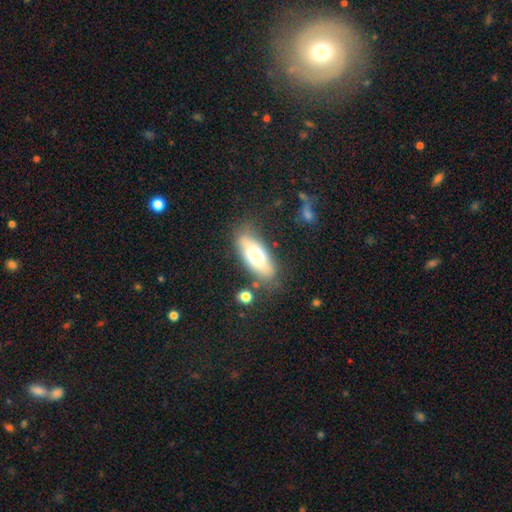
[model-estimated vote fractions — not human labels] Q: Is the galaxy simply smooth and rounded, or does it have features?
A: smooth — 64%.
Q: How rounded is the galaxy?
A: in between — 75%.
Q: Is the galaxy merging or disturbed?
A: none — 76%.